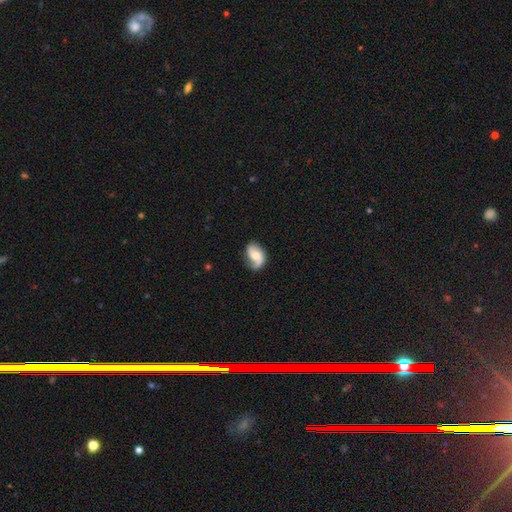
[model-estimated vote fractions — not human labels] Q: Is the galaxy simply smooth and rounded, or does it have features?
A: featured or disk — 65%.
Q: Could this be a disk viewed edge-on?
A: no — 97%.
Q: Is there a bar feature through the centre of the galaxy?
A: no — 59%.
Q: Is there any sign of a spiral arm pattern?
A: yes — 91%.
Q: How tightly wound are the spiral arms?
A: loose — 52%.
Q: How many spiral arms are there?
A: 2 — 71%.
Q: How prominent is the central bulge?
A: moderate — 61%.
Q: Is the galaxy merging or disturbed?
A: none — 64%.